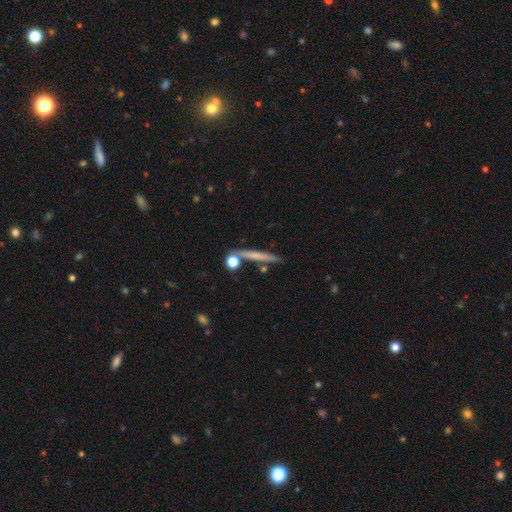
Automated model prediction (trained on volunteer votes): A smooth galaxy with no disk features (57%) that is cigar-shaped (88%). Merging: none (79%).